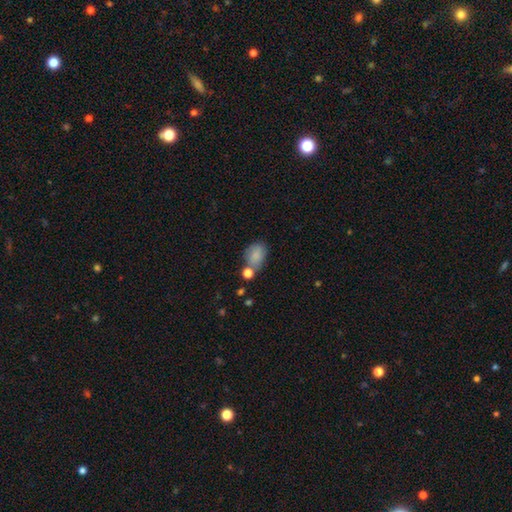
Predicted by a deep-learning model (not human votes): Morphology: type=smooth (83%); roundness=in between (79%); merging=none (52%).